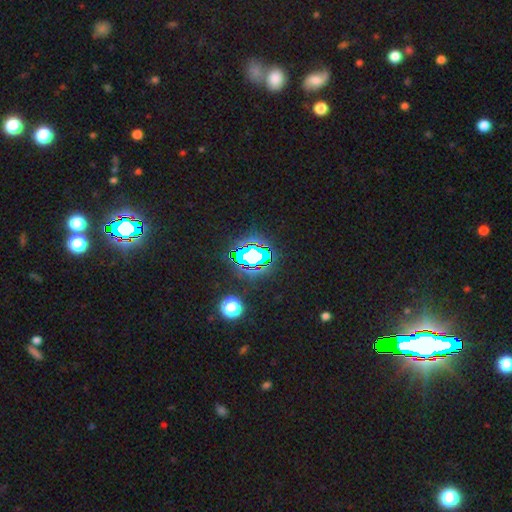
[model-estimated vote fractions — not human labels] Smooth or featured? Predicted: star or artifact (p=0.81).